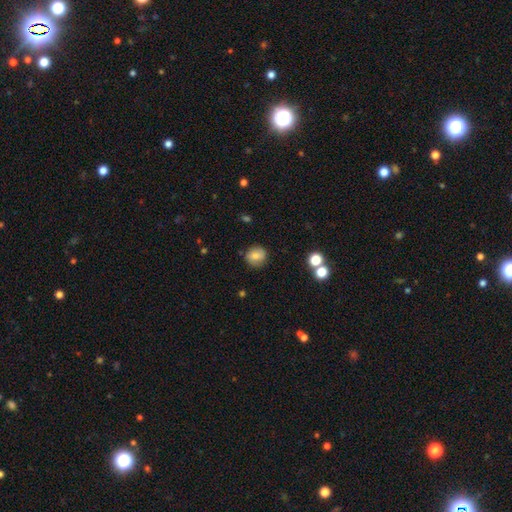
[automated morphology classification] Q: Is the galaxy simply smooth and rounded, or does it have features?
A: smooth — 77%.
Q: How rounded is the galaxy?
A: round — 85%.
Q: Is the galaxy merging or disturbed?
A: none — 82%.